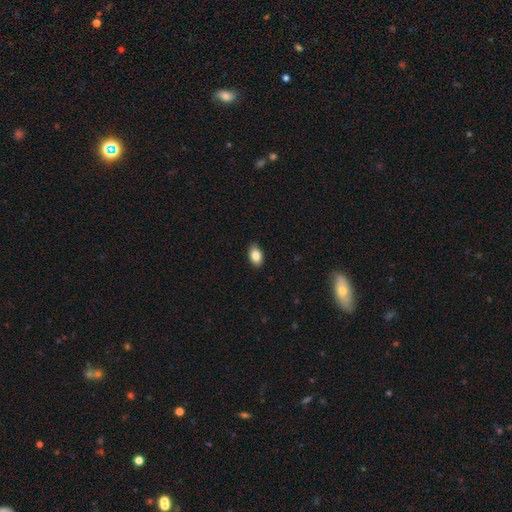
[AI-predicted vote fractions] The model was most divided on "merging": none: 87%, minor disturbance: 10%, major disturbance: 2%, merger: 1%. More confident: how rounded — in between (89%); smooth or featured — smooth (86%).